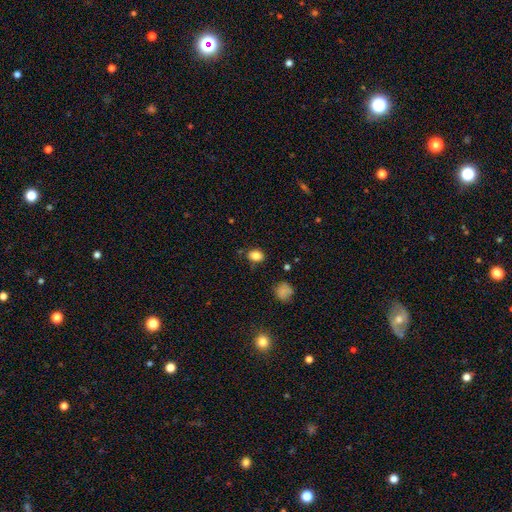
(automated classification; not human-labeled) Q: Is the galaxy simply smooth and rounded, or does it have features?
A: smooth — 83%.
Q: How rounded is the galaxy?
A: in between — 56%.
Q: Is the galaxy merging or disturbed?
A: none — 76%.